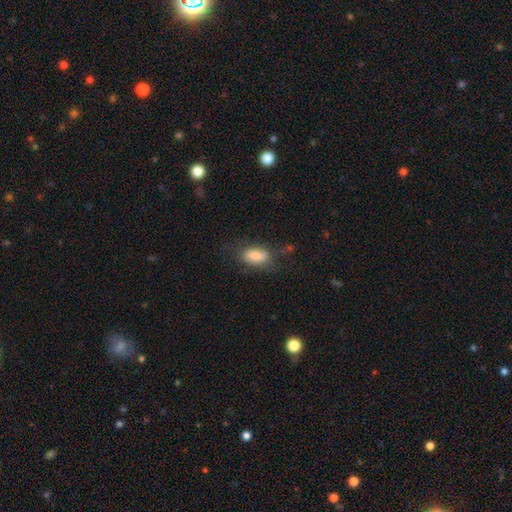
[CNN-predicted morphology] This is clearly a smooth galaxy (83%). How rounded: clearly in between (91%). Merging: likely none (63%).